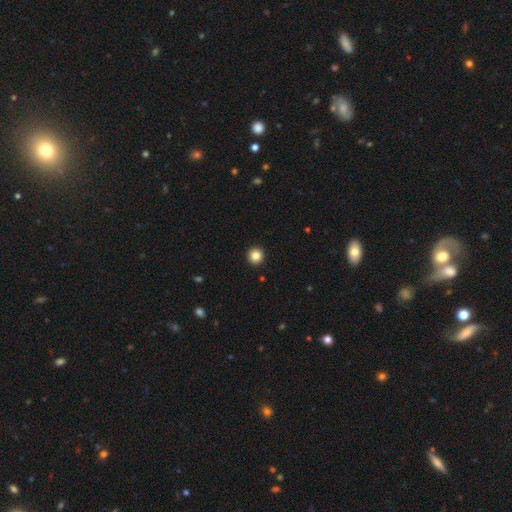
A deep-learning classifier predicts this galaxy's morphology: This is clearly a smooth galaxy (84%). How rounded: clearly round (95%). Merging: clearly none (94%).